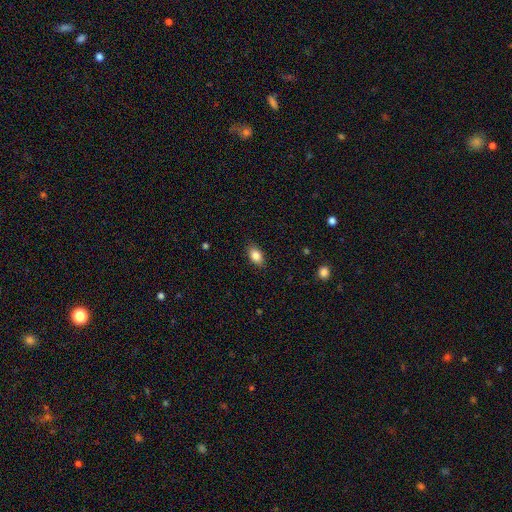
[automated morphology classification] smooth 85%, star or artifact 8%, featured or disk 7%. Down the decision tree: how rounded — in between (88%); merging — none (86%).